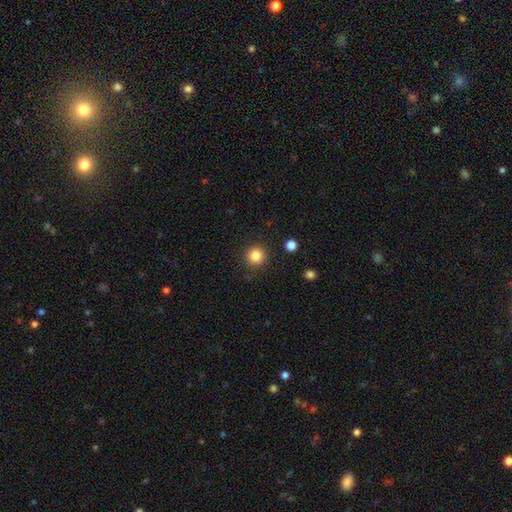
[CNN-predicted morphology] This appears to be a smooth galaxy with no disk features (84%) that is round (95%). Merging: none (91%).